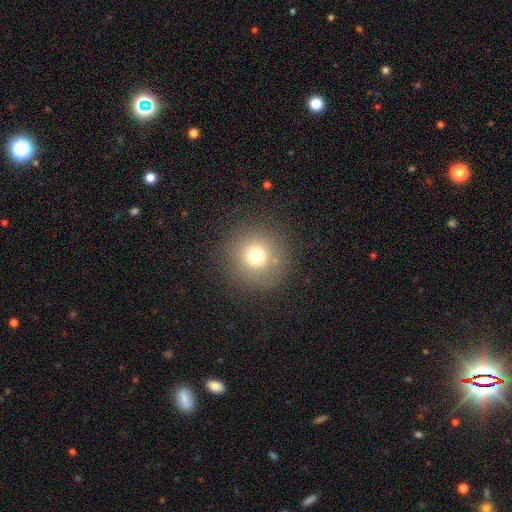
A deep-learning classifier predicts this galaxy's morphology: Overall: smooth (71%). How rounded: round (96%). Merging: none (87%).